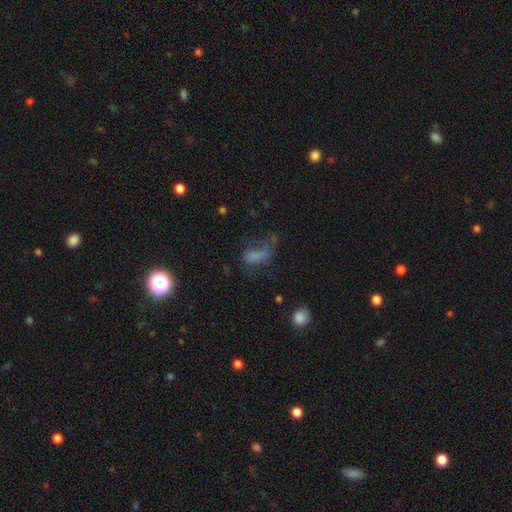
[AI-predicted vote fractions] Smooth or featured?
  - smooth: 58% *
  - featured or disk: 25%
  - star or artifact: 18%
How rounded?
  - in between: 82% *
  - round: 10%
  - cigar-shaped: 8%
Merging?
  - major disturbance: 43% *
  - none: 29%
  - minor disturbance: 20%
  - merger: 8%